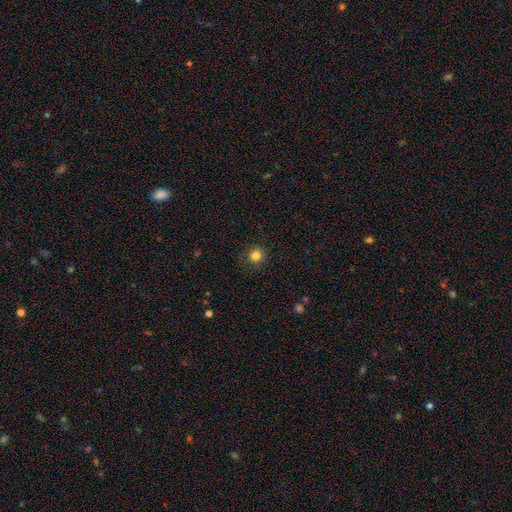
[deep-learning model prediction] Smooth or featured: smooth — 83% (star or artifact — 12%)
How rounded: round — 93% (in between — 6%)
Merging: none — 89% (minor disturbance — 7%)